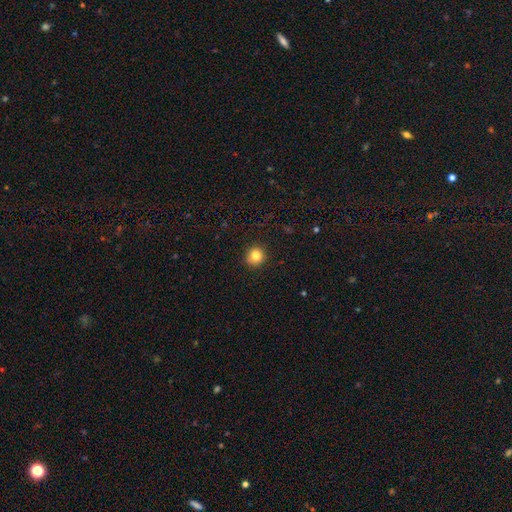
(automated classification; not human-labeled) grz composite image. It shows a smooth galaxy with no disk features (83%) that is round (92%). Merging: none (89%).